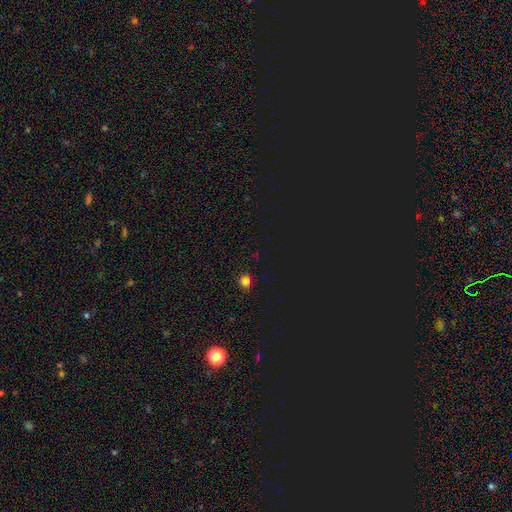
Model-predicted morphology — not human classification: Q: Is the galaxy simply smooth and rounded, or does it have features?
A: smooth — 53%.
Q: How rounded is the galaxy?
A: round — 83%.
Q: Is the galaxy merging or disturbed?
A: none — 88%.